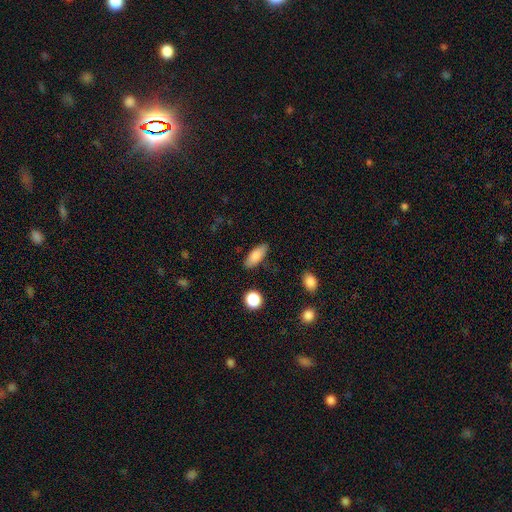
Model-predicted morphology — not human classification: A smooth galaxy with no disk features (83%) that is in between round and cigar-shaped (76%).

Vote fractions:
- Smooth or featured? smooth: 83% / featured or disk: 10% / star or artifact: 7%
- How rounded? in between: 76% / cigar-shaped: 21% / round: 3%
- Merging? none: 85% / minor disturbance: 11% / major disturbance: 3% / merger: 2%